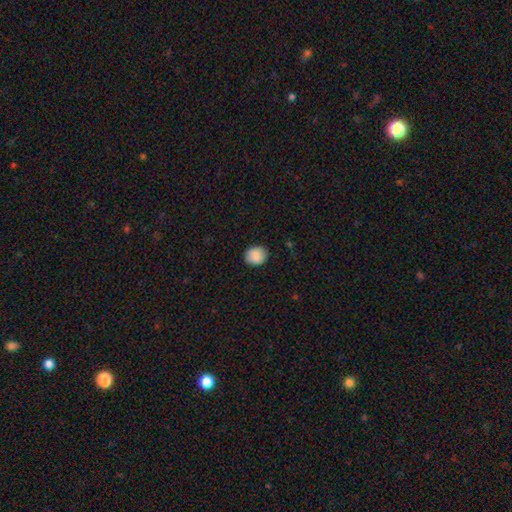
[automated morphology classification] The model was most divided on "how rounded": round: 73%, in between: 26%, cigar-shaped: 1%. More confident: smooth or featured — smooth (88%); merging — none (87%).